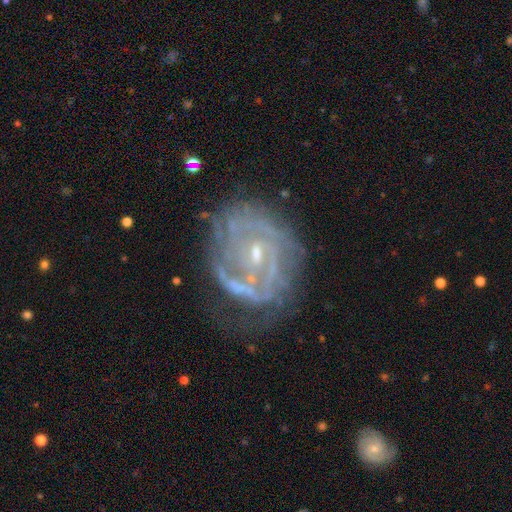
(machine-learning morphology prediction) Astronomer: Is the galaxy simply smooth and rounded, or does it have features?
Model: featured or disk — 84%.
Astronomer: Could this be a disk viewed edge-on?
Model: no — 97%.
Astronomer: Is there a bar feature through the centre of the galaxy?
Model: no — 44% (runner-up: weak, 40%).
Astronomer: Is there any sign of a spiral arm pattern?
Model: yes — 90%.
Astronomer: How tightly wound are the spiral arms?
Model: tight — 63%.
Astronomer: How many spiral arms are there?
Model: can't tell — 33% (runner-up: 2, 30%).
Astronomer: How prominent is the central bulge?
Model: small — 72%.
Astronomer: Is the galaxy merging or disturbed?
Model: none — 59%.